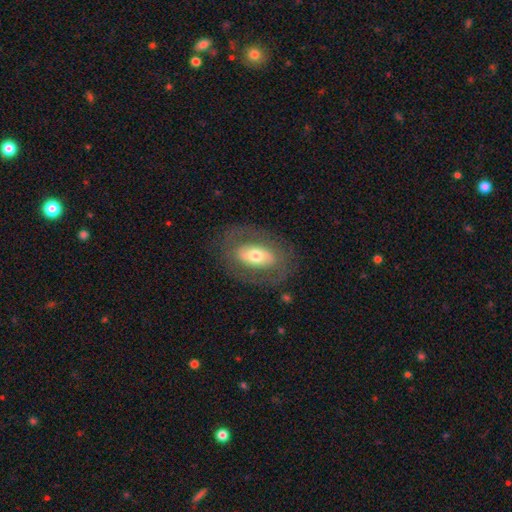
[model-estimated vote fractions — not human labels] A featured or disk galaxy (53%). Merging: none (77%).